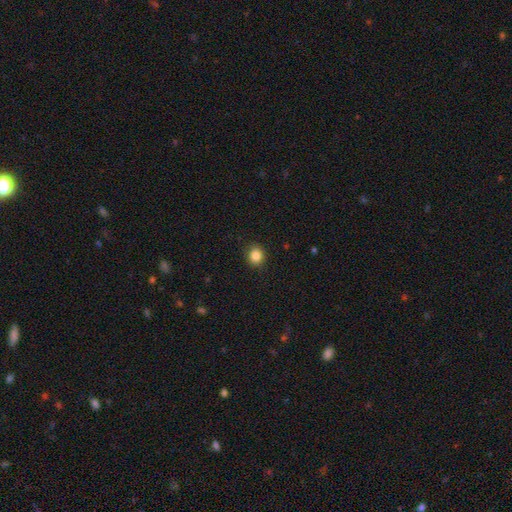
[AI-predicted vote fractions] A smooth galaxy with no disk features (85%) that is round (75%).

Vote fractions:
- Smooth or featured? smooth: 85% / star or artifact: 10% / featured or disk: 4%
- How rounded? round: 75% / in between: 24% / cigar-shaped: 1%
- Merging? none: 90% / minor disturbance: 7% / major disturbance: 2% / merger: 1%